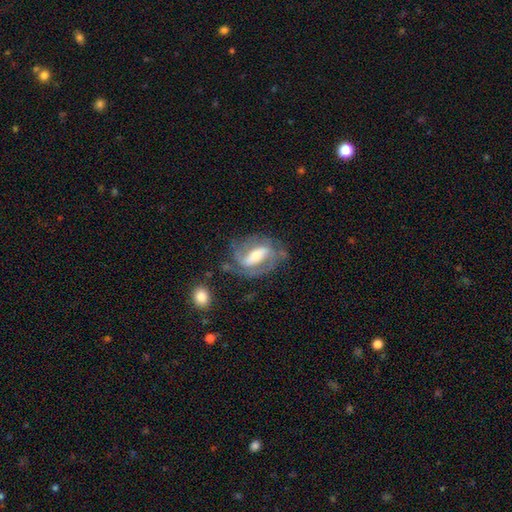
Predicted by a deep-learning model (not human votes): Overall: featured or disk (81%). Edge-on disk: no (93%). Bar: strong (60%; weak 28%). Spiral arms: yes (88%). Spiral arm count: 2 (82%). Spiral winding: medium (49%; tight 30%). Bulge size: moderate (48%; small 29%). Merging: none (61%).